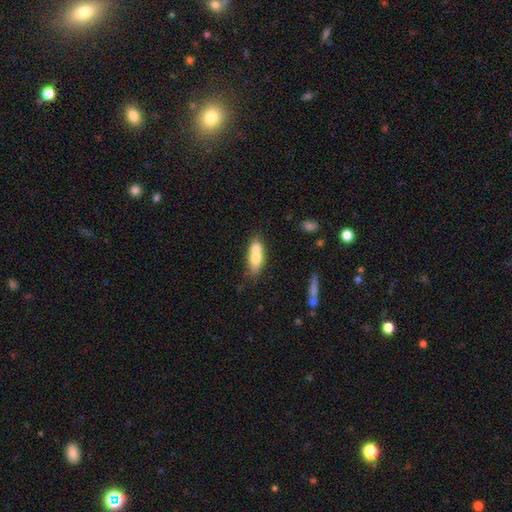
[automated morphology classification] smooth 63%, featured or disk 29%, star or artifact 8%. Down the decision tree: how rounded — in between (68%); merging — merger (55%).